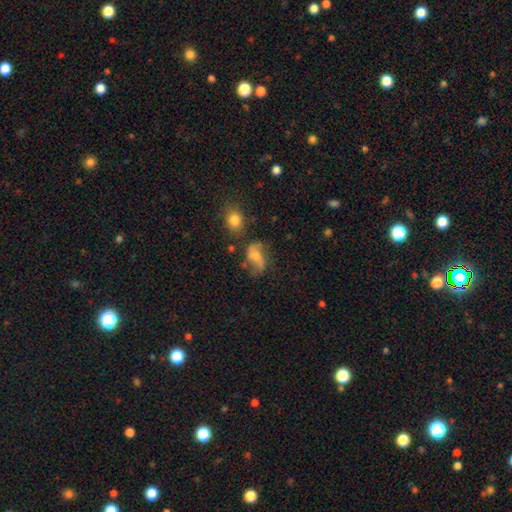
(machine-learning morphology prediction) This appears to be a featured or disk galaxy (52%) with no bar (53%), spiral arms (79%) and a small central bulge (44%). Merging: none (43%).